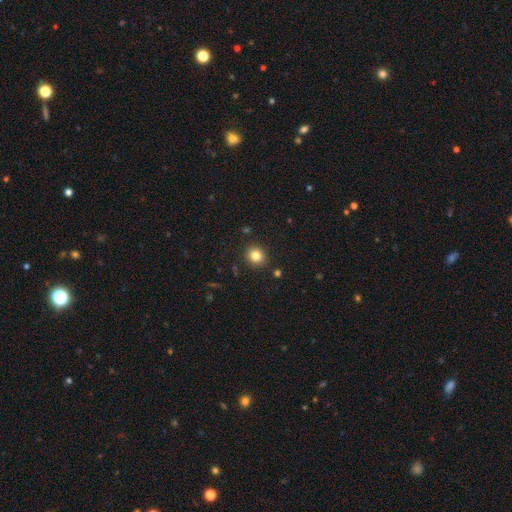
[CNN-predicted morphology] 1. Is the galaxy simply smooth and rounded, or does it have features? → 82% smooth, 12% star or artifact, 7% featured or disk.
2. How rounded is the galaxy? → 82% round, 17% in between, 1% cigar-shaped.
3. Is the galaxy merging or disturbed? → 89% none, 7% minor disturbance, 2% major disturbance, 2% merger.